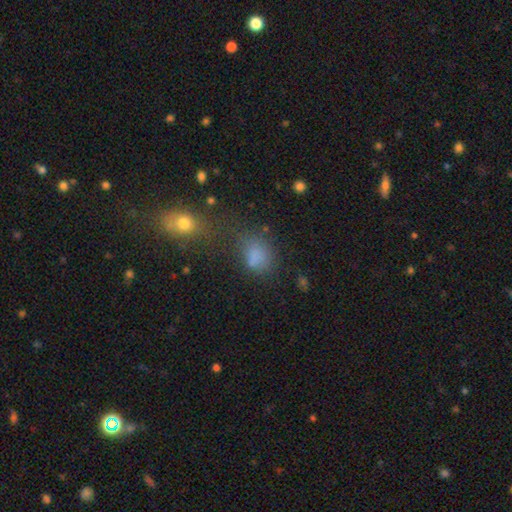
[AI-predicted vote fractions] Smooth or featured?
  - smooth: 74% *
  - star or artifact: 18%
  - featured or disk: 8%
How rounded?
  - in between: 62% *
  - round: 36%
  - cigar-shaped: 2%
Merging?
  - none: 47% *
  - minor disturbance: 19%
  - merger: 19%
  - major disturbance: 15%